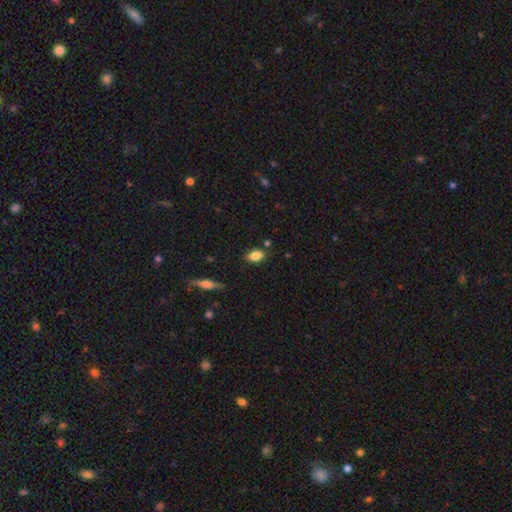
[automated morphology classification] smooth_or_featured: smooth (p=0.84) [alt: star or artifact p=0.08]
how_rounded: in between (p=0.87) [alt: round p=0.09]
merging: none (p=0.81) [alt: minor disturbance p=0.14]